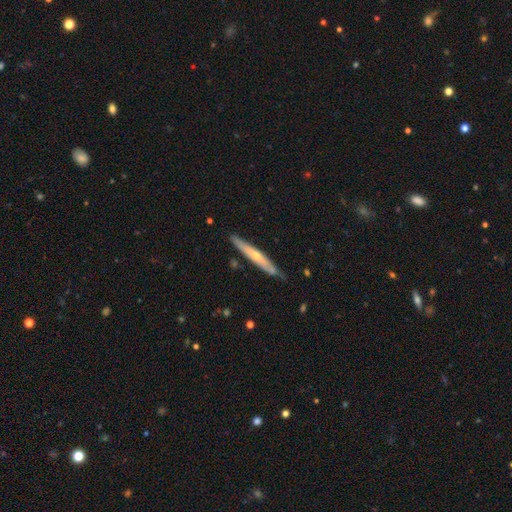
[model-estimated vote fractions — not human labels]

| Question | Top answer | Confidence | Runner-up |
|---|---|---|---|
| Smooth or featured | featured or disk | 56% | smooth (39%) |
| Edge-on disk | yes | 88% | no (12%) |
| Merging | none | 81% | minor disturbance (15%) |